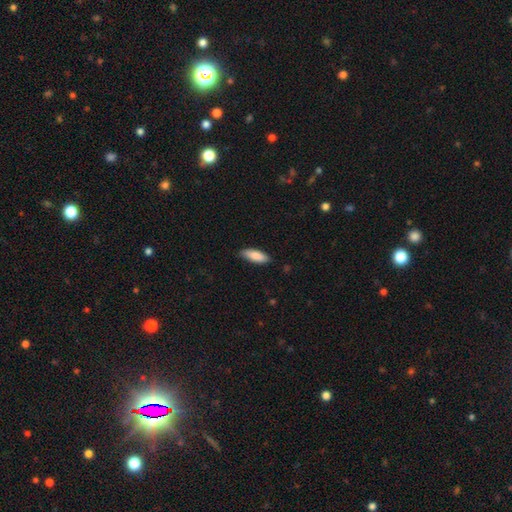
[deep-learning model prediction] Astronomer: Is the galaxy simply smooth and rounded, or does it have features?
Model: smooth — 84%.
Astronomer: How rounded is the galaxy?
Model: in between — 68%.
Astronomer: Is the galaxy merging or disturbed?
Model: none — 83%.